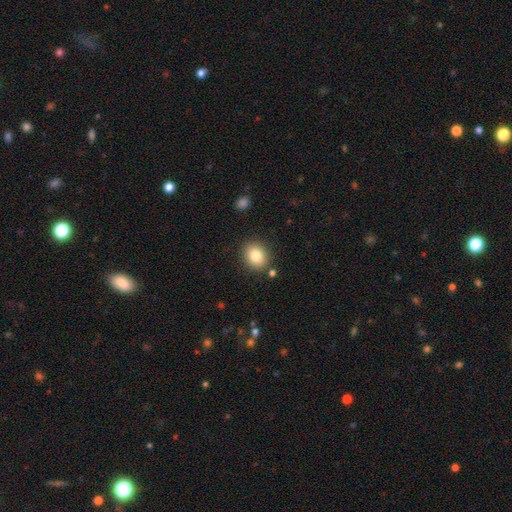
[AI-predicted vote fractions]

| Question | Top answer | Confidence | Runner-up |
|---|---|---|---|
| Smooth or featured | smooth | 84% | star or artifact (9%) |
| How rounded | round | 62% | in between (37%) |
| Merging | none | 86% | minor disturbance (8%) |